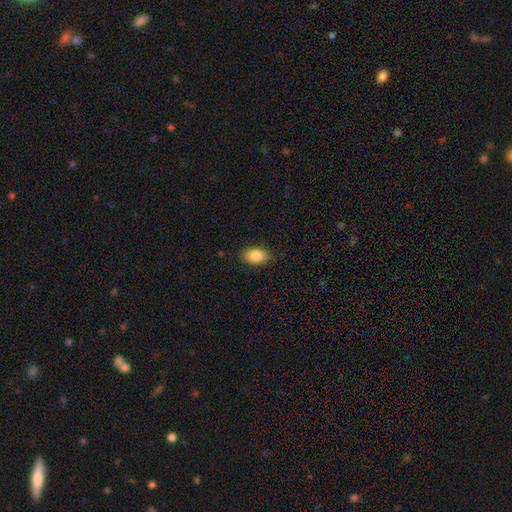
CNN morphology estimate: smooth-or-featured: smooth: 86% | star or artifact: 7% | featured or disk: 7%
  how-rounded: in between: 91% | round: 6% | cigar-shaped: 3%
  merging: none: 86% | minor disturbance: 10% | major disturbance: 3% | merger: 1%